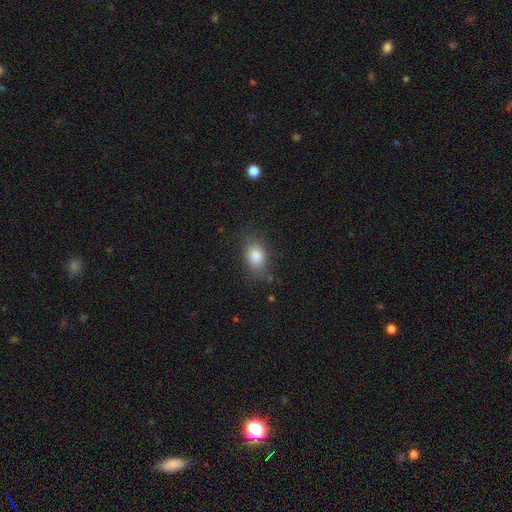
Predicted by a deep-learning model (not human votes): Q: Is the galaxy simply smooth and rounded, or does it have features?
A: smooth — 84%.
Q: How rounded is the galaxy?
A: in between — 79%.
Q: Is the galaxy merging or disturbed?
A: none — 77%.